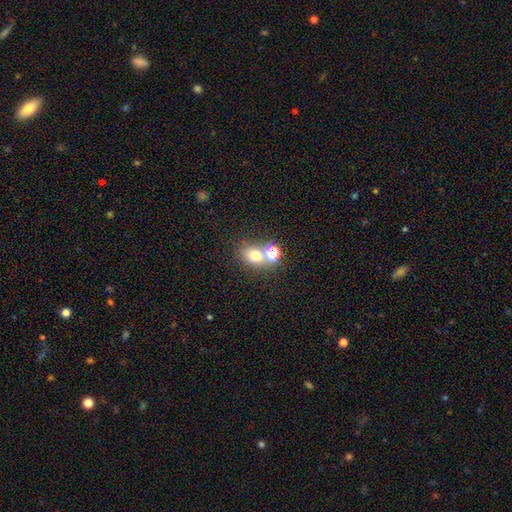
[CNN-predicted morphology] Smooth or featured: smooth — 71% (star or artifact — 17%)
How rounded: round — 58% (in between — 41%)
Merging: none — 50% (merger — 36%)